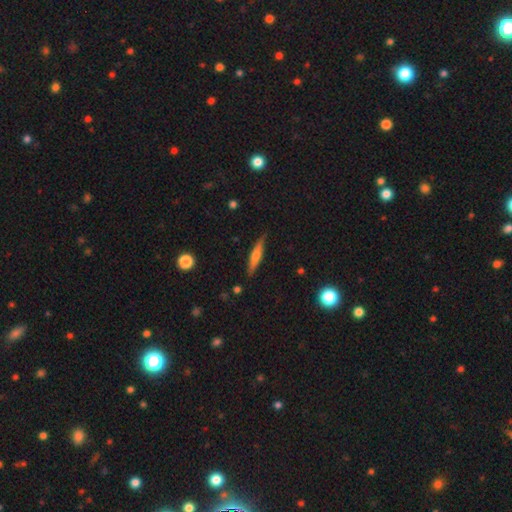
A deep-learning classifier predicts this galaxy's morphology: Smooth or featured: smooth — 49% (featured or disk — 44%)
Merging: none — 87% (minor disturbance — 10%)